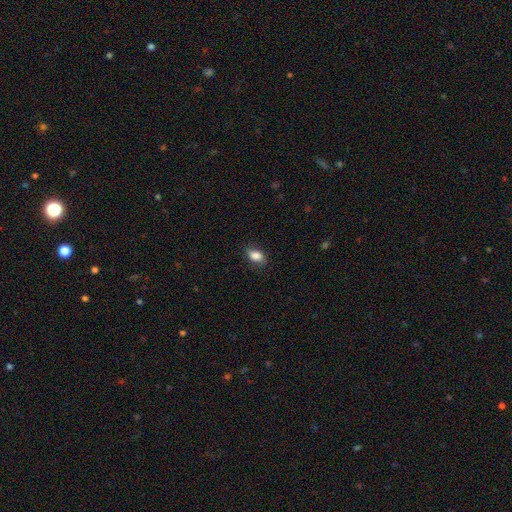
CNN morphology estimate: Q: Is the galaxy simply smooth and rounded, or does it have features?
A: smooth — 83%.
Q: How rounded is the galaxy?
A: in between — 84%.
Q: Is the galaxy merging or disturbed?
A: none — 79%.